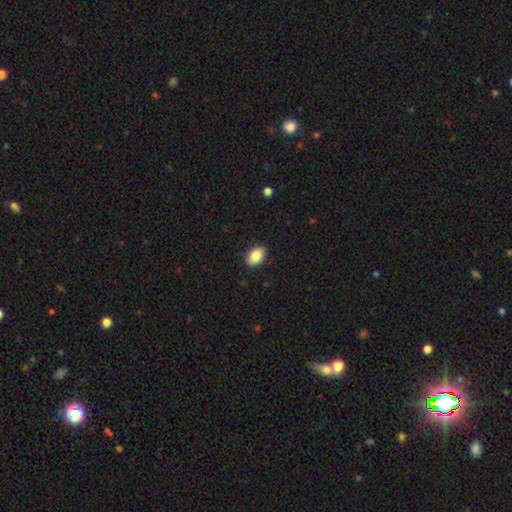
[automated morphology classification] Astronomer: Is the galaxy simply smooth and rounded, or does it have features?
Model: smooth — 86%.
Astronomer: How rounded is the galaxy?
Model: in between — 87%.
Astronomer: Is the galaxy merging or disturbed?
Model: none — 89%.